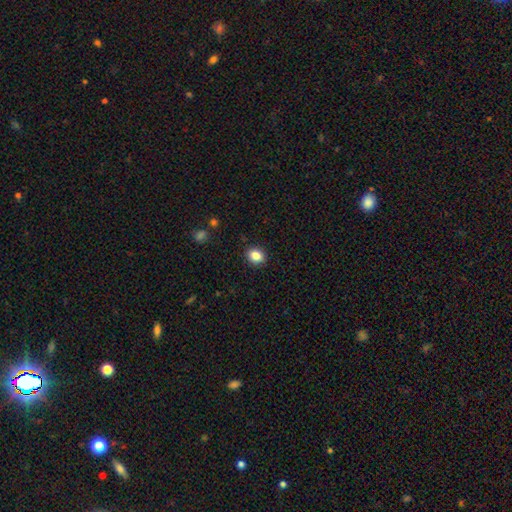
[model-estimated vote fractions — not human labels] Overall: smooth (85%). How rounded: round (55%; in between 44%). Merging: none (91%).